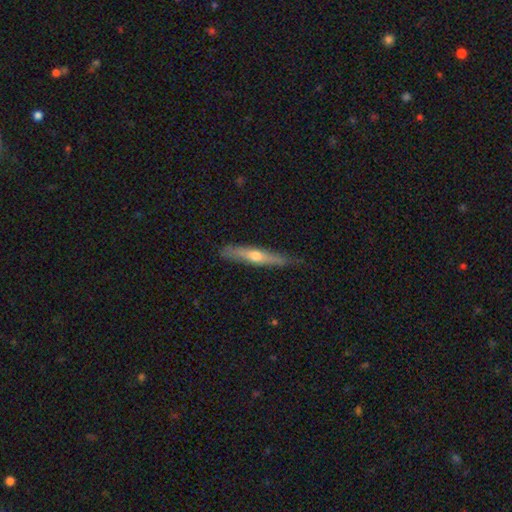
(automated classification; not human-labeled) The model was most divided on "smooth or featured": featured or disk: 54%, smooth: 40%, star or artifact: 6%. More confident: edge-on disk — yes (90%); merging — none (77%).